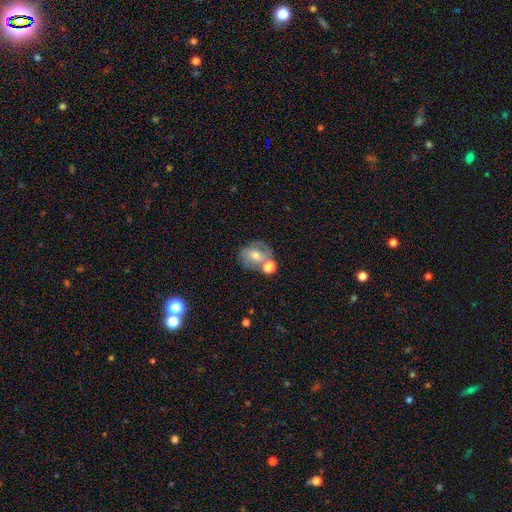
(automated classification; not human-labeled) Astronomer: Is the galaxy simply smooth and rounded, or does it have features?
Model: smooth — 50% (runner-up: featured or disk, 40%).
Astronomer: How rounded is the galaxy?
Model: round — 61% (runner-up: in between, 38%).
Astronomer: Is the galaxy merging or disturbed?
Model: none — 45% (runner-up: merger, 30%).